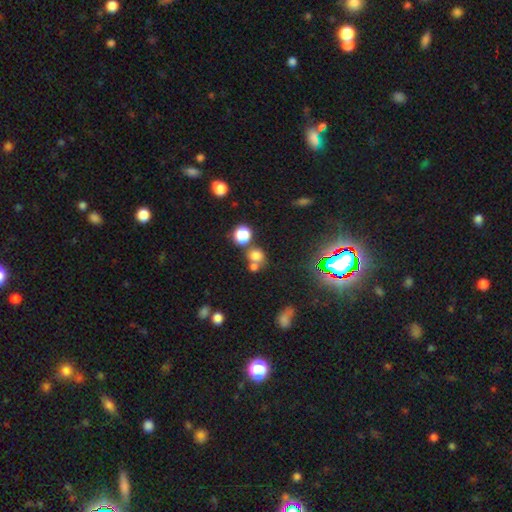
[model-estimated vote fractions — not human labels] The model was most divided on "merging": none: 52%, merger: 36%, minor disturbance: 8%, major disturbance: 4%. More confident: how rounded — round (79%); smooth or featured — smooth (69%).